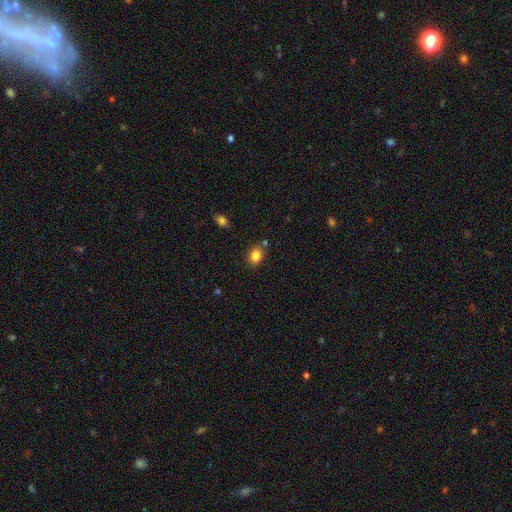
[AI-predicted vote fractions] This is clearly a smooth galaxy (84%). How rounded: possibly in between (60%). Merging: likely none (78%).